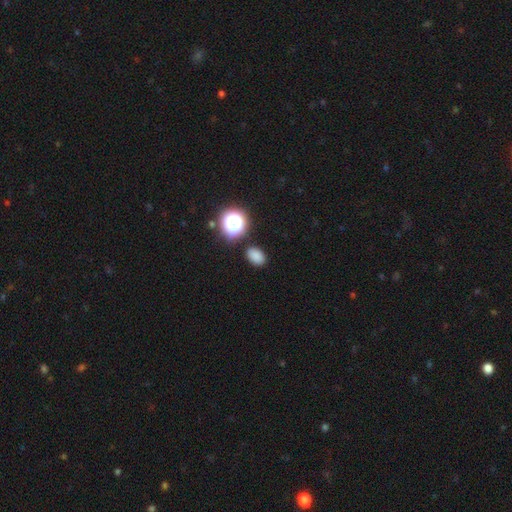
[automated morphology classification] Q: Smooth or featured?
A: smooth (80%); runner-up: star or artifact (16%)
Q: How rounded?
A: in between (75%); runner-up: round (24%)
Q: Merging?
A: none (84%); runner-up: minor disturbance (10%)